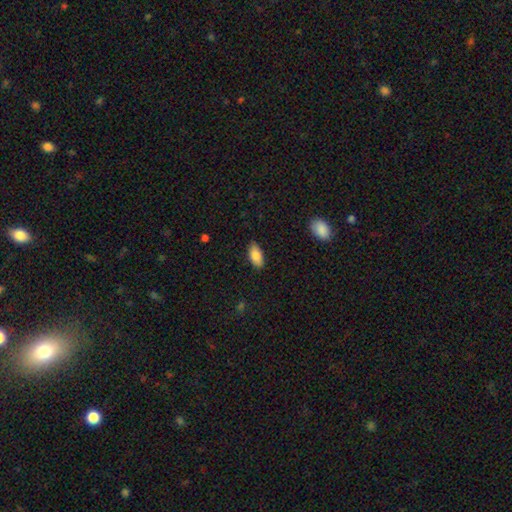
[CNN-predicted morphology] smooth_or_featured: smooth (p=0.85) [alt: featured or disk p=0.08]
how_rounded: in between (p=0.91) [alt: cigar-shaped p=0.06]
merging: none (p=0.85) [alt: minor disturbance p=0.12]